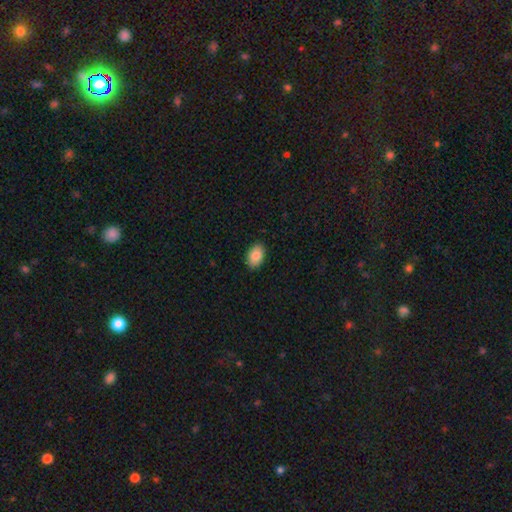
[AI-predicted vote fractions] Smooth or featured: smooth — 86% (featured or disk — 7%)
How rounded: in between — 91% (round — 8%)
Merging: none — 89% (minor disturbance — 8%)